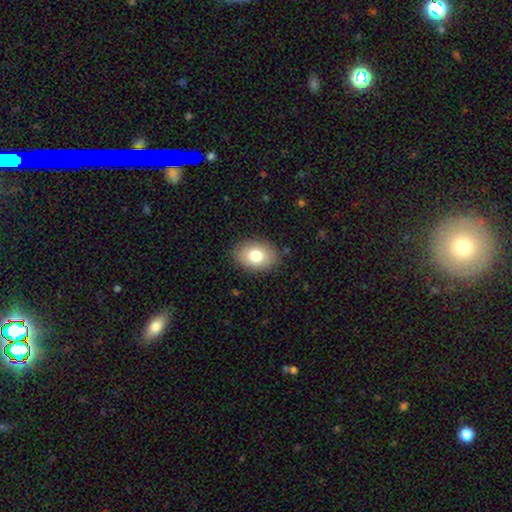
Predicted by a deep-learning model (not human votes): smooth-or-featured: smooth: 78% | featured or disk: 14% | star or artifact: 8%
  how-rounded: in between: 79% | round: 20% | cigar-shaped: 1%
  merging: none: 86% | minor disturbance: 10% | major disturbance: 3% | merger: 1%